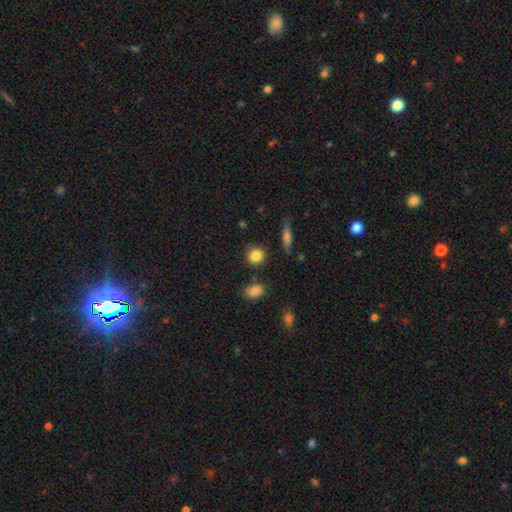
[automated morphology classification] smooth_or_featured: smooth (p=0.84) [alt: star or artifact p=0.10]
how_rounded: round (p=0.88) [alt: in between p=0.10]
merging: none (p=0.85) [alt: minor disturbance p=0.09]